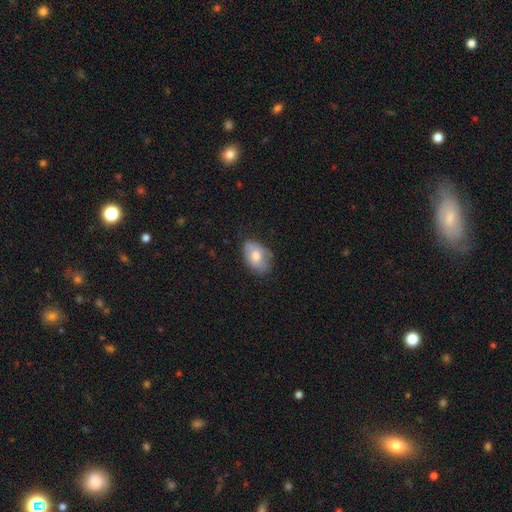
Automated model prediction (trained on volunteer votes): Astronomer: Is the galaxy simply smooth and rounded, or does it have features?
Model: smooth — 67%.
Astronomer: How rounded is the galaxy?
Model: in between — 87%.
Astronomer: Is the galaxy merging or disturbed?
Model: none — 63%.